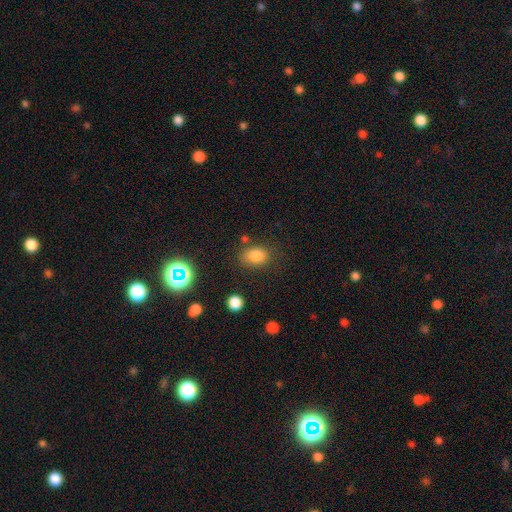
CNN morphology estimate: Smooth or featured?
  - smooth: 80% *
  - star or artifact: 13%
  - featured or disk: 7%
How rounded?
  - in between: 64% *
  - round: 35%
  - cigar-shaped: 1%
Merging?
  - none: 74% *
  - minor disturbance: 16%
  - major disturbance: 5%
  - merger: 5%